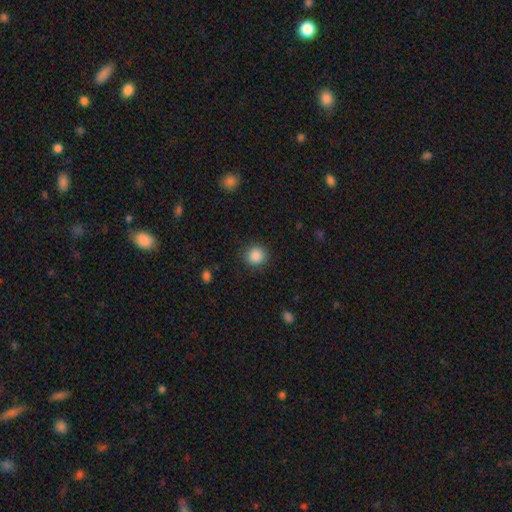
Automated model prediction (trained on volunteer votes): The model was most divided on "smooth or featured": smooth: 87%, star or artifact: 10%, featured or disk: 3%. More confident: how rounded — round (92%); merging — none (89%).